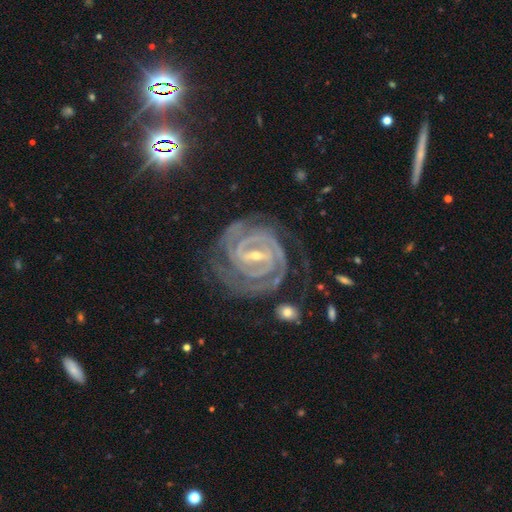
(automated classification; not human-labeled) A featured or disk galaxy (93%) with a strong bar (66%), 2 (46%) tight (83%) spiral arms (99%) and a small central bulge (66%). Merging: none (75%).